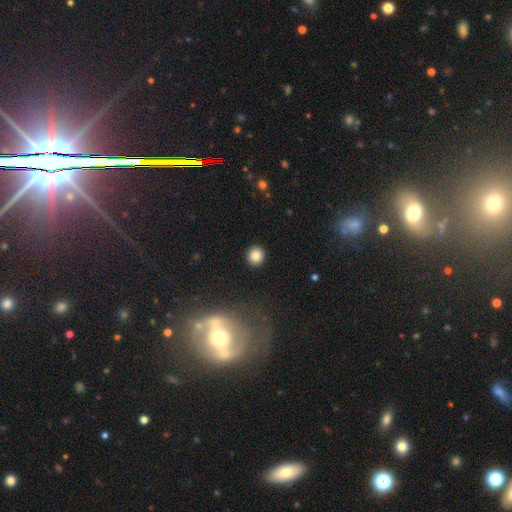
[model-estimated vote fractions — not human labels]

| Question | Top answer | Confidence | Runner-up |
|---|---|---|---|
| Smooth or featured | smooth | 83% | star or artifact (11%) |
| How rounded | round | 92% | in between (7%) |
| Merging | none | 92% | minor disturbance (5%) |